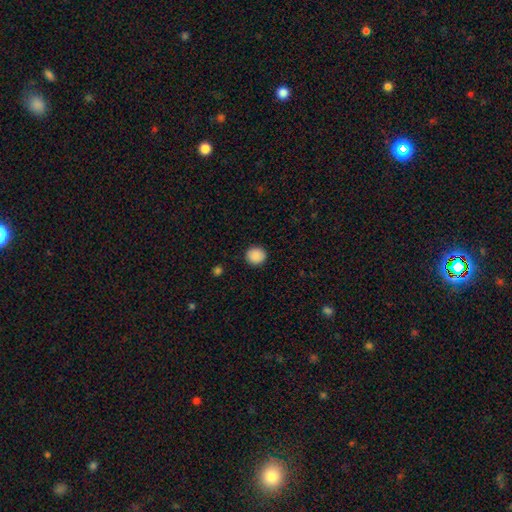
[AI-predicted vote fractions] Smooth or featured?
  - smooth: 89% *
  - star or artifact: 8%
  - featured or disk: 3%
How rounded?
  - round: 89% *
  - in between: 10%
  - cigar-shaped: 1%
Merging?
  - none: 91% *
  - minor disturbance: 6%
  - major disturbance: 2%
  - merger: 1%